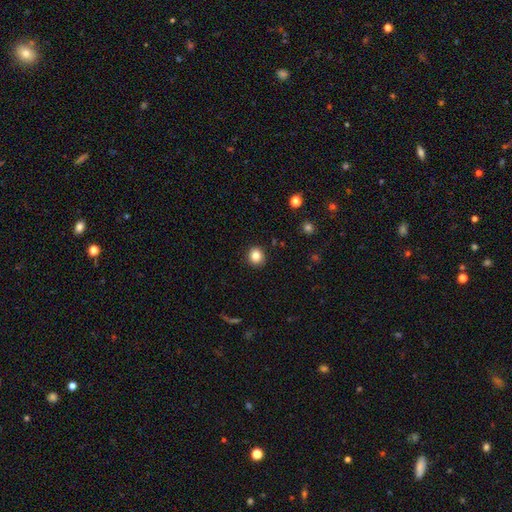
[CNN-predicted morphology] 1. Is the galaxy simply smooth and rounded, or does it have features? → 84% smooth, 10% star or artifact, 5% featured or disk.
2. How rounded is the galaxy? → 84% round, 15% in between, 1% cigar-shaped.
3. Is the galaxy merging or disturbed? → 91% none, 6% minor disturbance, 2% major disturbance, 1% merger.